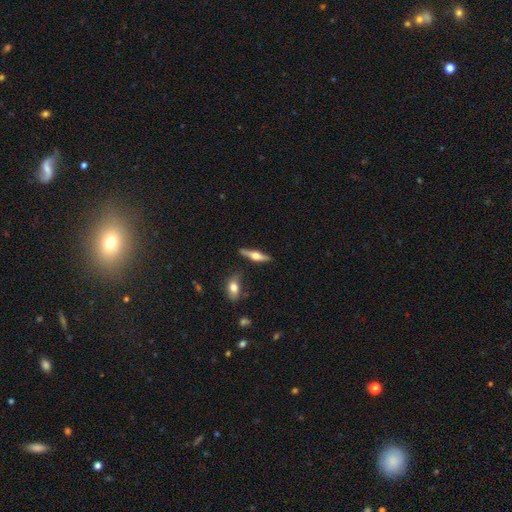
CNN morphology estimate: A featured or disk galaxy (66%) viewed edge-on (96%) with a rounded central bulge (95%). Merging: none (83%).